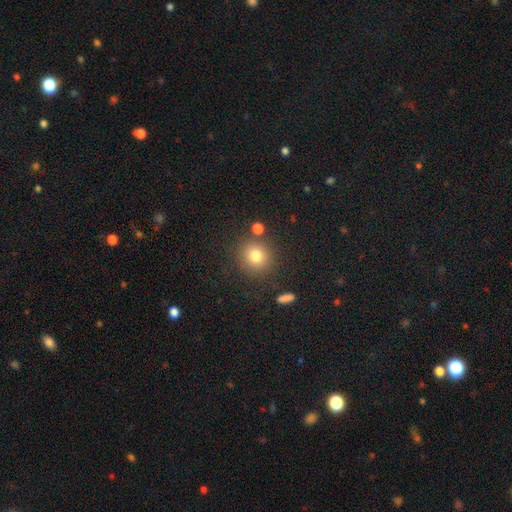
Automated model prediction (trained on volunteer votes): Q: Smooth or featured?
A: smooth (79%); runner-up: star or artifact (12%)
Q: How rounded?
A: round (89%); runner-up: in between (10%)
Q: Merging?
A: none (82%); runner-up: minor disturbance (9%)